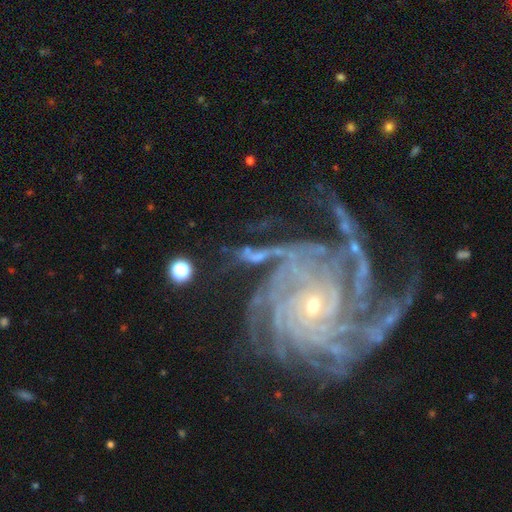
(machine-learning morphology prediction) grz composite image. It shows a featured or disk galaxy (64%) with no bar (48%), spiral arms (84%) and a small central bulge (47%). Merging: none (37%).